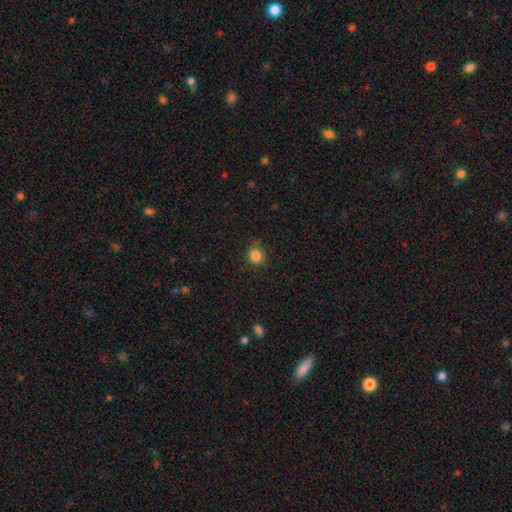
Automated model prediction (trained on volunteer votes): Smooth or featured?
  - smooth: 85% *
  - star or artifact: 12%
  - featured or disk: 4%
How rounded?
  - round: 93% *
  - in between: 6%
  - cigar-shaped: 1%
Merging?
  - none: 82% *
  - minor disturbance: 14%
  - major disturbance: 3%
  - merger: 1%